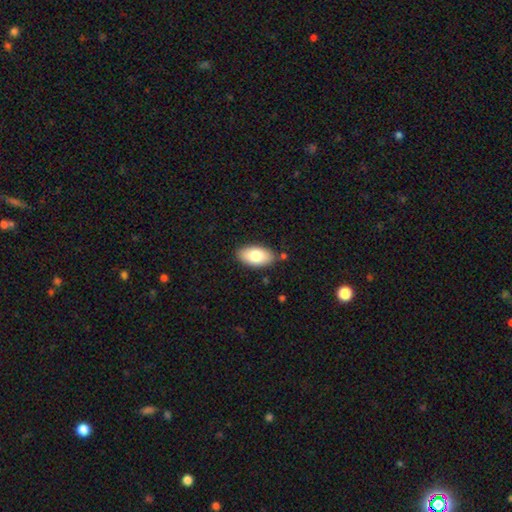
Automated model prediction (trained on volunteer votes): Smooth or featured?
  - smooth: 80% *
  - featured or disk: 14%
  - star or artifact: 7%
How rounded?
  - in between: 94% *
  - round: 3%
  - cigar-shaped: 2%
Merging?
  - none: 85% *
  - minor disturbance: 11%
  - merger: 2%
  - major disturbance: 2%